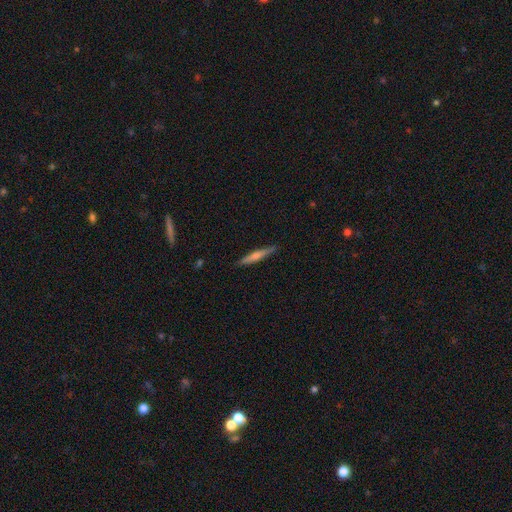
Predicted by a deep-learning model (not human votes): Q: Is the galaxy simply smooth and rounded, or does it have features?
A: featured or disk — 57%.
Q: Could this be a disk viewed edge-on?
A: yes — 97%.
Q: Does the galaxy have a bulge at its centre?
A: rounded — 69%.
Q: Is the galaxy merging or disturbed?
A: none — 90%.